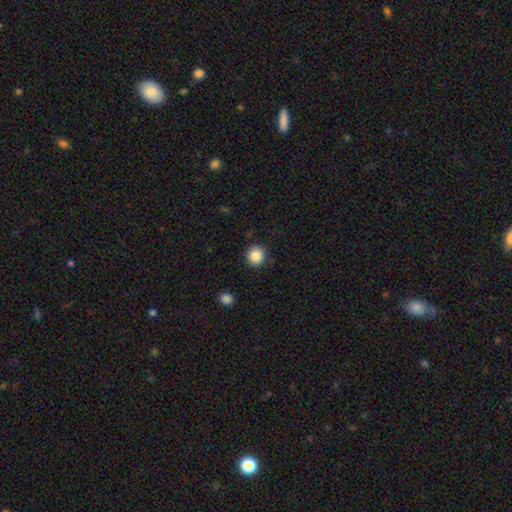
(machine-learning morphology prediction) type=smooth (86%); roundness=round (91%); merging=none (90%).